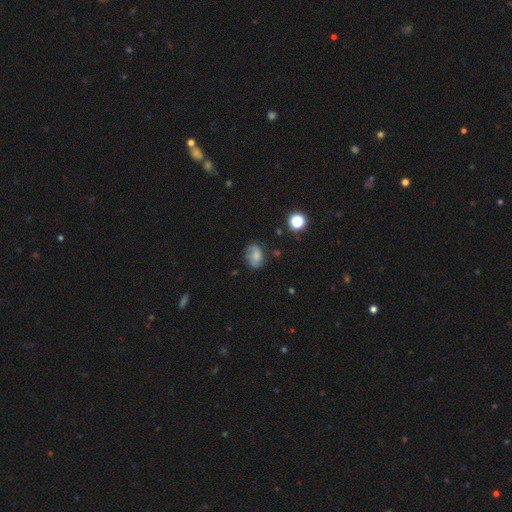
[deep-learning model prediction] Smooth or featured: smooth — 55% (featured or disk — 34%)
How rounded: in between — 69% (round — 29%)
Merging: none — 67% (minor disturbance — 24%)